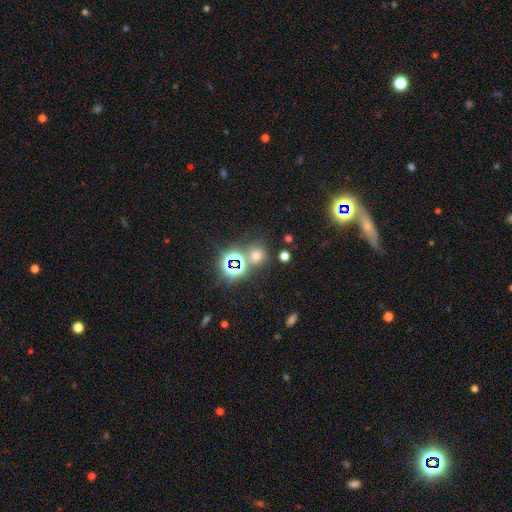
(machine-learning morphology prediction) type=smooth (48%); merging=none (68%).